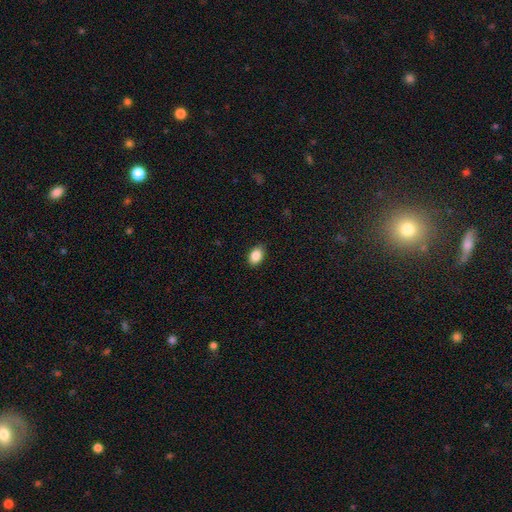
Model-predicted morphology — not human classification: smooth-or-featured: smooth: 87% | star or artifact: 8% | featured or disk: 5%
  how-rounded: in between: 86% | round: 13% | cigar-shaped: 1%
  merging: none: 87% | minor disturbance: 11% | major disturbance: 2% | merger: 1%